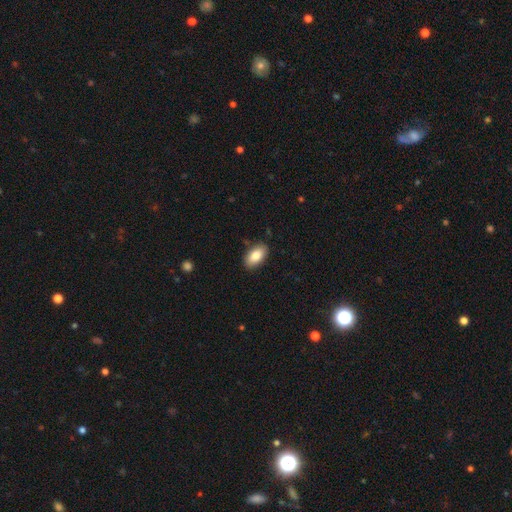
smooth-or-featured: smooth: 89% | featured or disk: 8% | star or artifact: 3%
  how-rounded: in between: 97% | round: 3% | cigar-shaped: 0%
  merging: none: 84% | minor disturbance: 8% | major disturbance: 5% | merger: 3%